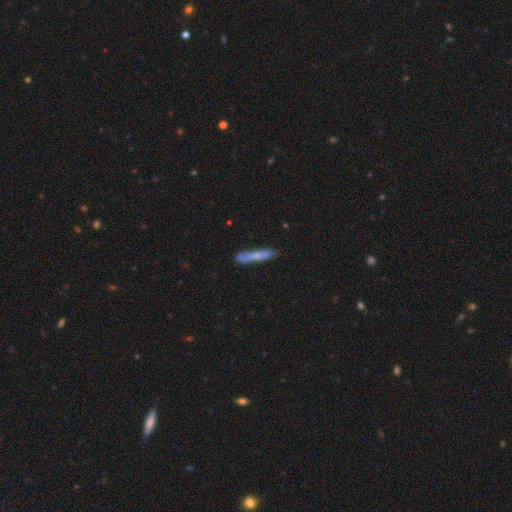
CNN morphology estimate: Overall: smooth (54%; featured or disk 38%). How rounded: cigar-shaped (91%). Merging: none (70%).